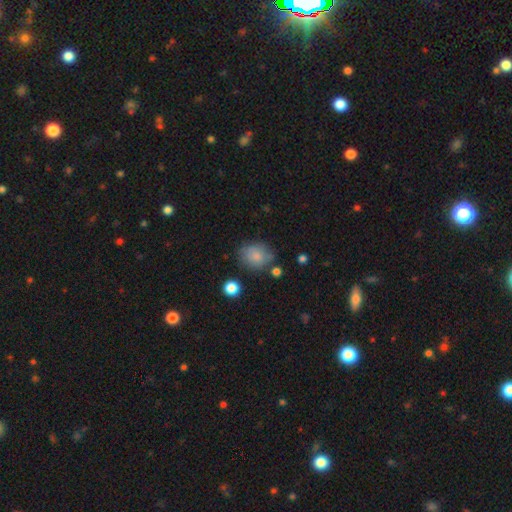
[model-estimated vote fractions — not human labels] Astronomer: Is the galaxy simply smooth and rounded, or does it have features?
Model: smooth — 77%.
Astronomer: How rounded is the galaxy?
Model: round — 59% (runner-up: in between, 40%).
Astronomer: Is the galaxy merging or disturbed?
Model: none — 63%.